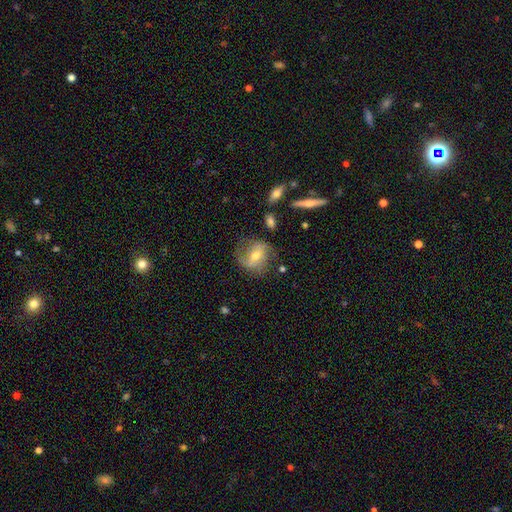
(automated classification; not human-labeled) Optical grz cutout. It shows a featured or disk galaxy (67%) with a weak bar (40%), 2 (72%) loose (41%) spiral arms (84%) and a moderate central bulge (59%). Merging: none (65%).